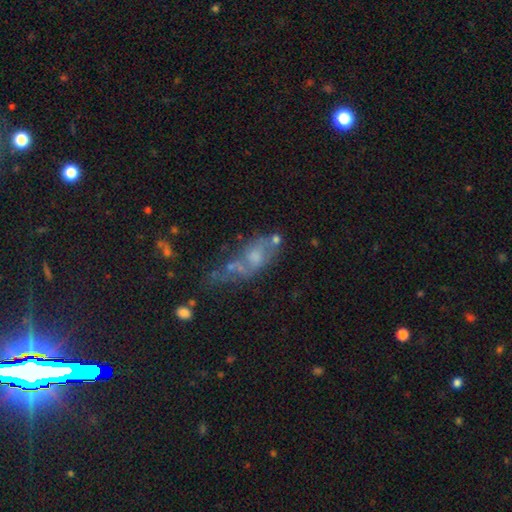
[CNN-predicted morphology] featured or disk 52%, smooth 36%, star or artifact 12%. Down the decision tree: edge-on disk — no (90%); merging — none (29%).